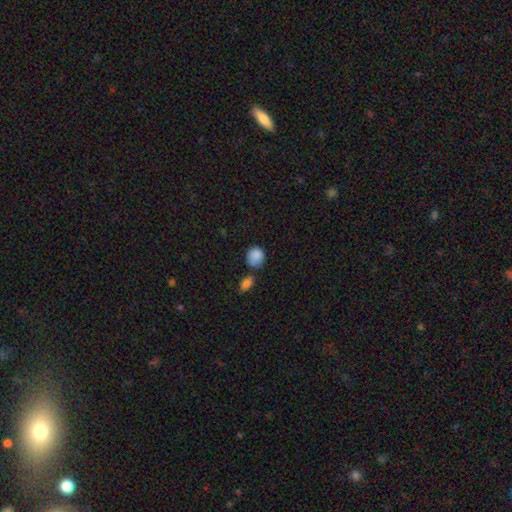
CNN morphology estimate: smooth 87%, star or artifact 8%, featured or disk 5%. Down the decision tree: how rounded — round (71%); merging — none (53%).